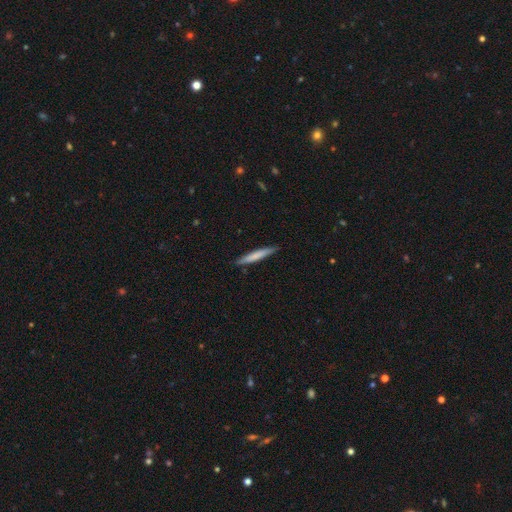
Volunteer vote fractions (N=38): A smooth galaxy with no disk features (71%) that is cigar-shaped (93%).

Vote fractions:
- Smooth or featured? smooth: 71% / featured or disk: 24% / star or artifact: 5%
- How rounded? cigar-shaped: 93% / round: 4% / in between: 4%
- Merging? none: 83% / minor disturbance: 8% / major disturbance: 6% / merger: 3%